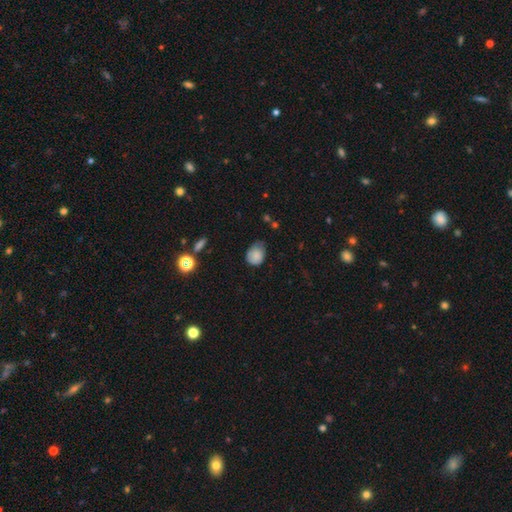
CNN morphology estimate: A smooth galaxy with no disk features (79%) that is in between round and cigar-shaped (57%). Merging: none (43%).